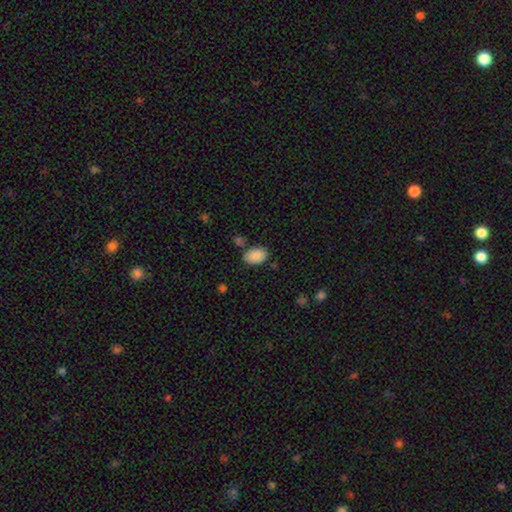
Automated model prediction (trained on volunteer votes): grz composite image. It shows a smooth galaxy with no disk features (88%) that is in between round and cigar-shaped (89%). Merging: none (73%).